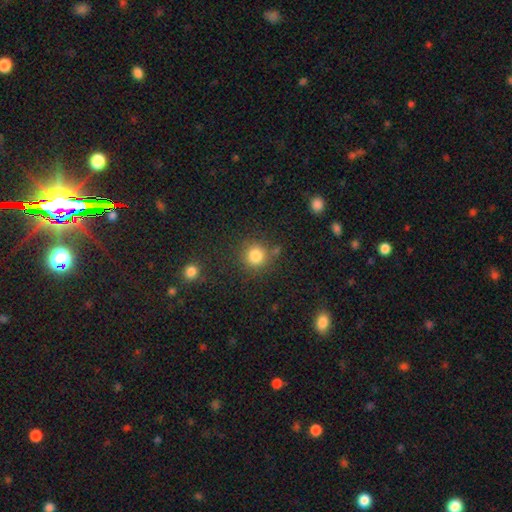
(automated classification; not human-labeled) The model was most divided on "merging": none: 79%, minor disturbance: 10%, merger: 6%, major disturbance: 4%. More confident: how rounded — round (92%); smooth or featured — smooth (83%).